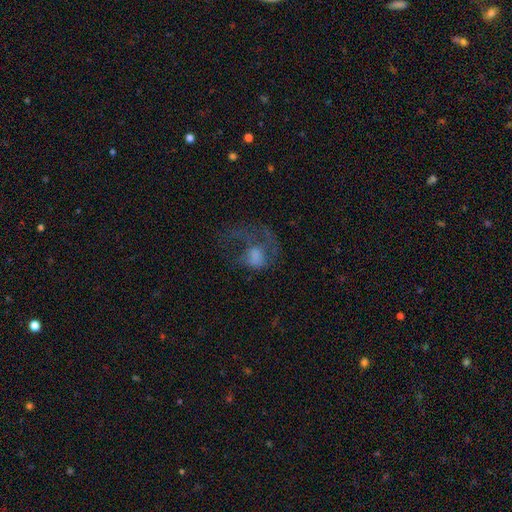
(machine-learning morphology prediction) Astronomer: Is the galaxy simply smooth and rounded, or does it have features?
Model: smooth — 45% (runner-up: featured or disk, 40%).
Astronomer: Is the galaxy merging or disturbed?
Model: major disturbance — 62%.